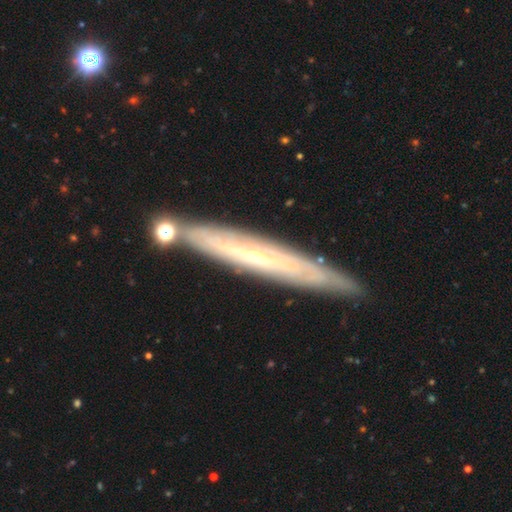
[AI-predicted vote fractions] Smooth or featured: featured or disk — 74% (smooth — 19%)
Edge-on disk: yes — 75% (no — 25%)
Edge-on bulge: none — 50% (rounded — 47%)
Merging: none — 83% (minor disturbance — 10%)